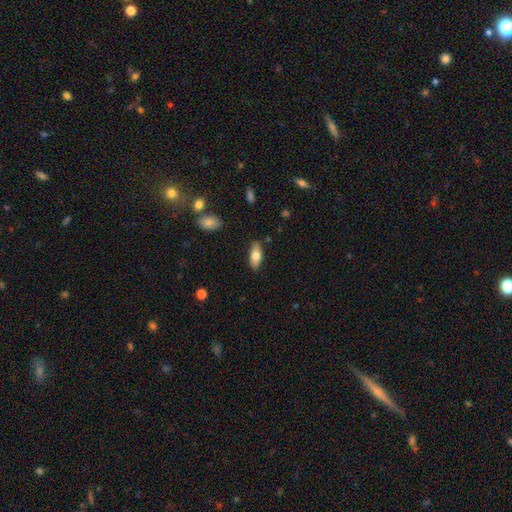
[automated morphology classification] The model was most divided on "smooth or featured": smooth: 72%, featured or disk: 22%, star or artifact: 6%. More confident: merging — none (86%); how rounded — in between (79%).